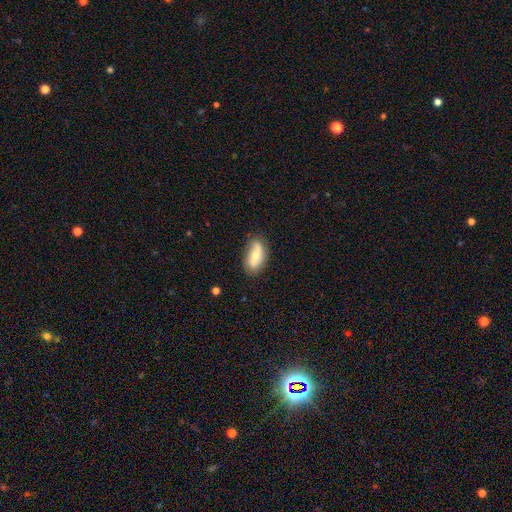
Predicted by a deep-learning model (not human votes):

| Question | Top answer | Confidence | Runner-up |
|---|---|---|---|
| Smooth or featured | smooth | 54% | featured or disk (39%) |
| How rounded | in between | 89% | cigar-shaped (7%) |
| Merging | none | 74% | minor disturbance (20%) |